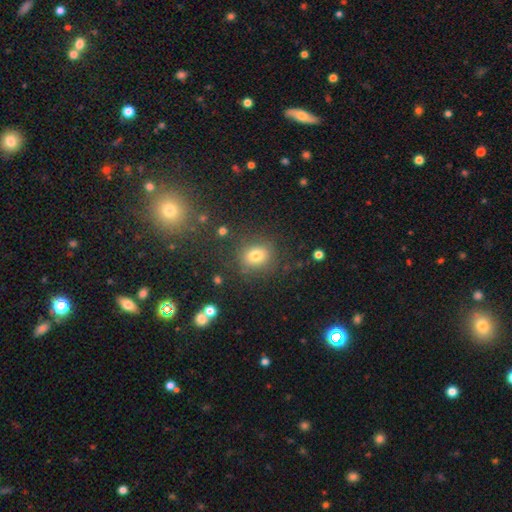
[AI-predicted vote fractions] Overall: smooth (77%). How rounded: round (69%; in between 30%). Merging: none (81%).